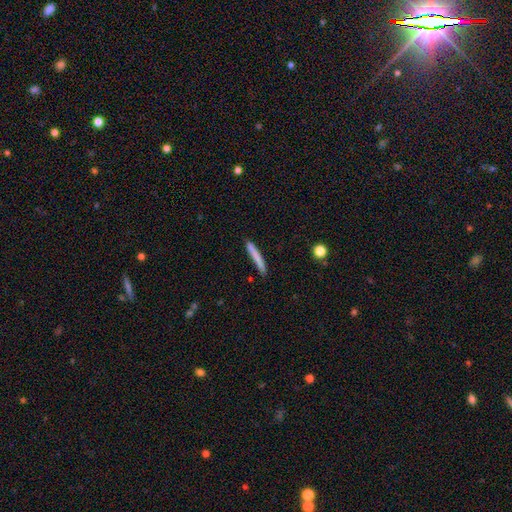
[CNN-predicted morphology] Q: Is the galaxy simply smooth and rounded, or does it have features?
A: smooth — 76%.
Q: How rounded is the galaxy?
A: cigar-shaped — 96%.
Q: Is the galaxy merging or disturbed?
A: none — 84%.